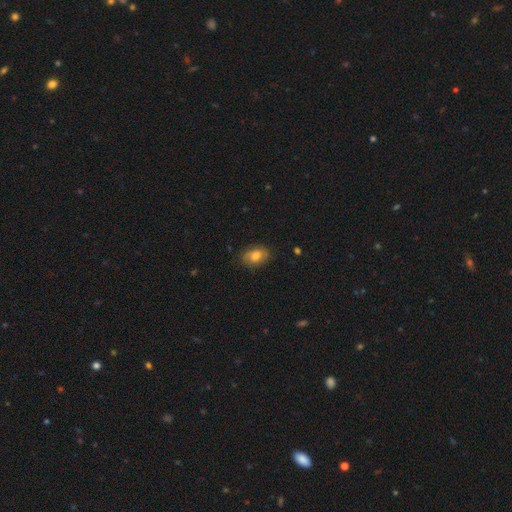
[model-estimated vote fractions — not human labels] Overall: smooth (64%; featured or disk 27%). How rounded: in between (82%). Merging: none (75%).